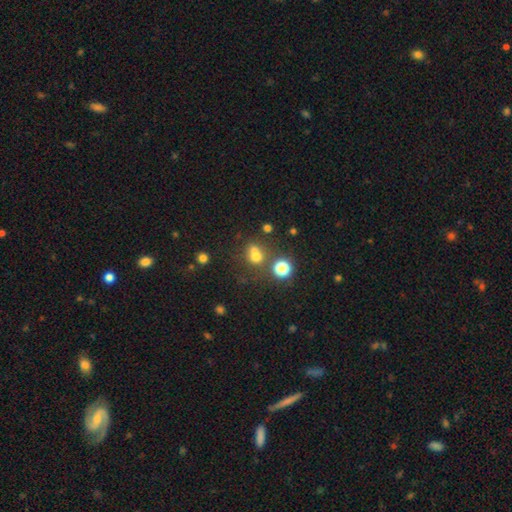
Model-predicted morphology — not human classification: Smooth or featured? Predicted: smooth (p=0.66). How rounded? Predicted: round (p=0.72). Merging? Predicted: none (p=0.42).